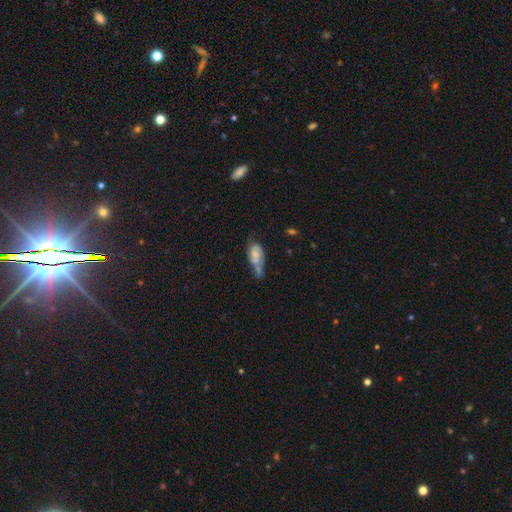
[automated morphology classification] type=smooth (54%); roundness=in between (85%); merging=minor disturbance (29%).